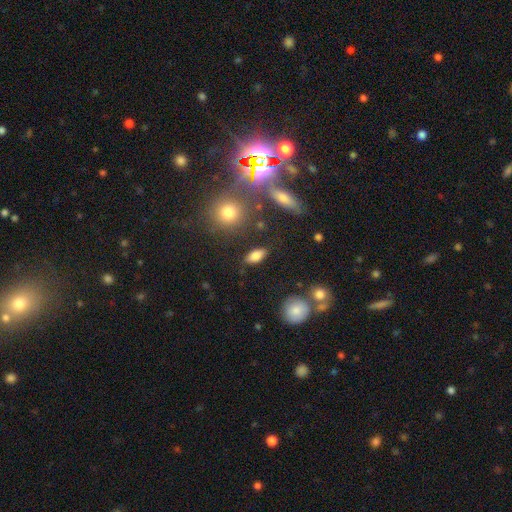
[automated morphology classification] type=smooth (79%); roundness=in between (86%); merging=none (83%).